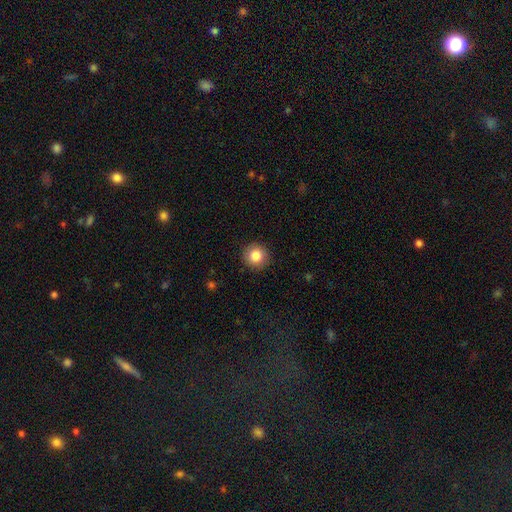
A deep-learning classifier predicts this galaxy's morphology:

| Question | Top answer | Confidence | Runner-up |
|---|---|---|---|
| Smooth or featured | smooth | 84% | star or artifact (9%) |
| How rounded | round | 94% | in between (5%) |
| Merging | none | 91% | minor disturbance (6%) |